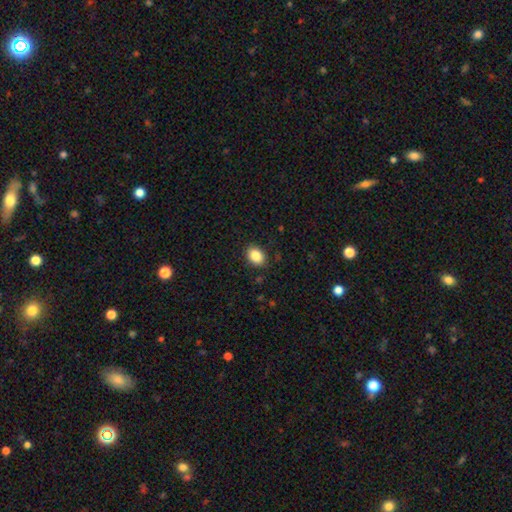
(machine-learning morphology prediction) smooth-or-featured: smooth: 86% | star or artifact: 9% | featured or disk: 5%
  how-rounded: in between: 70% | round: 30% | cigar-shaped: 1%
  merging: none: 87% | minor disturbance: 9% | major disturbance: 2% | merger: 1%